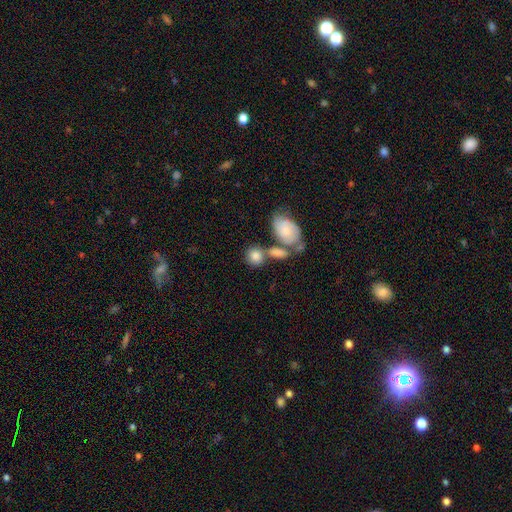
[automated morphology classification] smooth 78%, featured or disk 16%, star or artifact 7%. Down the decision tree: how rounded — round (60%); merging — none (46%).